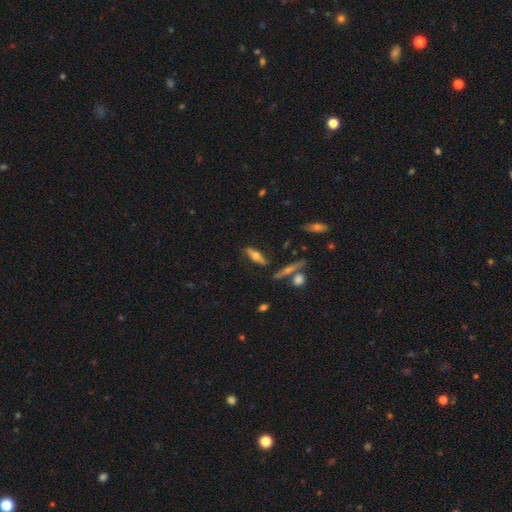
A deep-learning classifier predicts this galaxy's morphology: The model was most divided on "smooth or featured": featured or disk: 52%, smooth: 40%, star or artifact: 8%. More confident: edge-on disk — yes (87%); merging — none (78%).